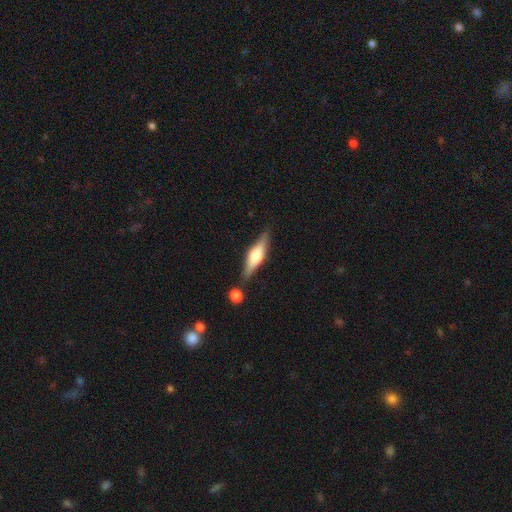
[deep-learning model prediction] featured or disk 59%, smooth 34%, star or artifact 6%. Down the decision tree: edge-on disk — yes (94%); edge-on bulge — rounded (86%); merging — none (77%).